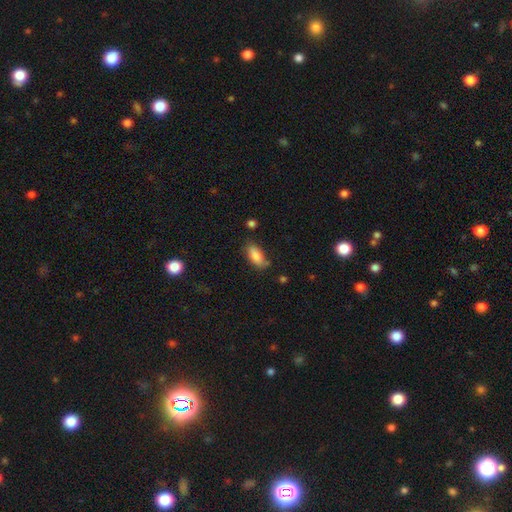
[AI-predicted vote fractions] A smooth galaxy with no disk features (85%) that is in between round and cigar-shaped (88%).

Vote fractions:
- Smooth or featured? smooth: 85% / featured or disk: 7% / star or artifact: 7%
- How rounded? in between: 88% / cigar-shaped: 10% / round: 2%
- Merging? none: 66% / minor disturbance: 25% / major disturbance: 6% / merger: 3%